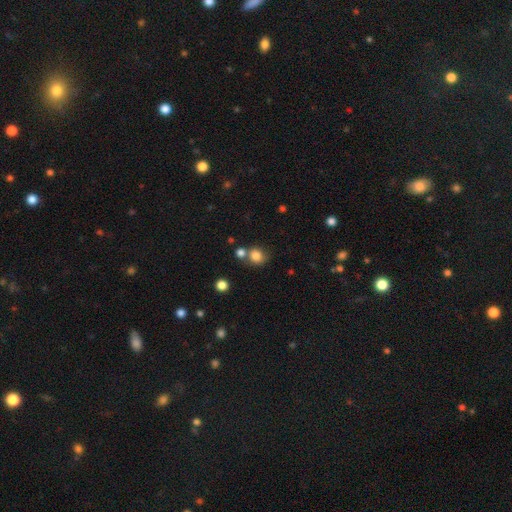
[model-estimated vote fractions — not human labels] Smooth or featured?
  - smooth: 82% *
  - star or artifact: 12%
  - featured or disk: 7%
How rounded?
  - round: 78% *
  - in between: 21%
  - cigar-shaped: 1%
Merging?
  - none: 59% *
  - merger: 23%
  - minor disturbance: 12%
  - major disturbance: 5%